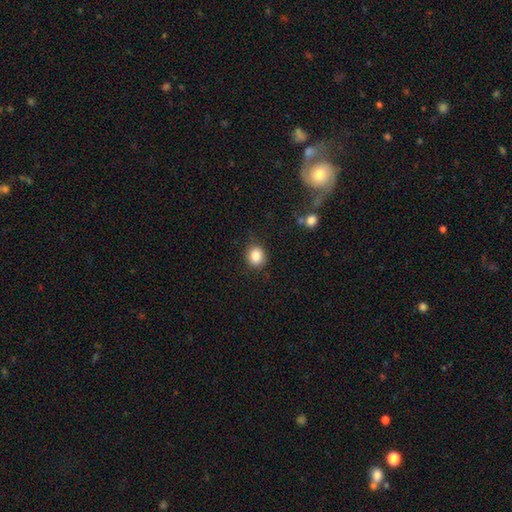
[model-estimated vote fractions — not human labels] This is clearly a smooth galaxy (85%). How rounded: likely round (72%). Merging: clearly none (82%).